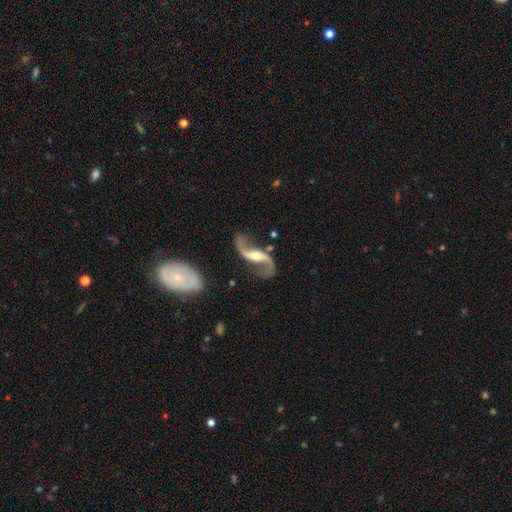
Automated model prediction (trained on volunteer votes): Smooth or featured?
  - featured or disk: 92% *
  - smooth: 4%
  - star or artifact: 4%
Edge-on disk?
  - no: 96% *
  - yes: 4%
Bar?
  - weak: 39% *
  - no: 31%
  - strong: 30%
Spiral arms?
  - yes: 97% *
  - no: 3%
Spiral winding?
  - loose: 86% *
  - medium: 11%
  - tight: 3%
Spiral arm count?
  - 2: 94% *
  - 1: 2%
  - can't tell: 1%
  - 3: 1%
  - 4: 1%
  - more than 4: 1%
Bulge size?
  - moderate: 57% *
  - small: 29%
  - large: 8%
  - none: 4%
  - dominant: 2%
Merging?
  - none: 76% *
  - minor disturbance: 13%
  - major disturbance: 8%
  - merger: 4%